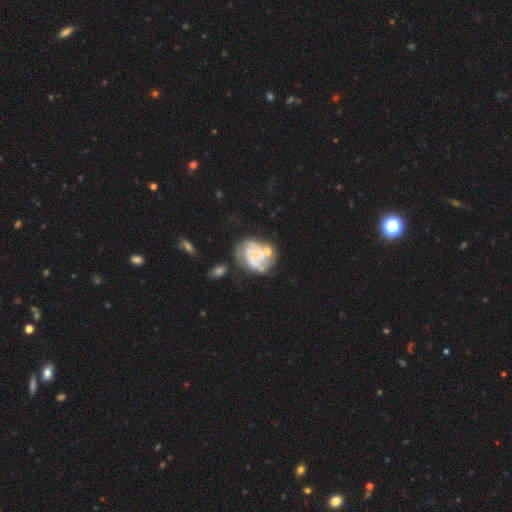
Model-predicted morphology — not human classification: This appears to be a featured or disk galaxy (76%) with no bar (77%), 2 (35%) tight (52%) spiral arms (77%) and a small central bulge (58%). Merging: none (43%).